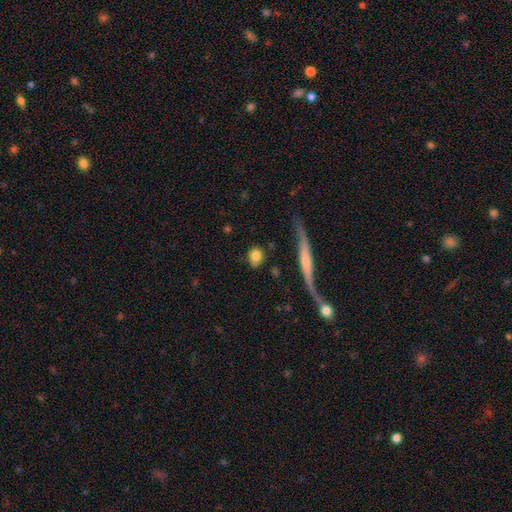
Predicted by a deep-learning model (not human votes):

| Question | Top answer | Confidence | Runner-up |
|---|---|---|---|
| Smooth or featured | smooth | 80% | featured or disk (12%) |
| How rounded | round | 75% | in between (20%) |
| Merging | none | 78% | minor disturbance (13%) |